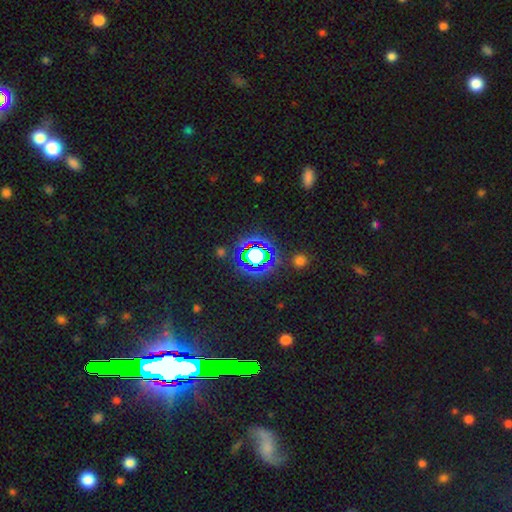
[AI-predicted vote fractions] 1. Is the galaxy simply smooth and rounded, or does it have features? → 62% star or artifact, 25% smooth, 13% featured or disk.